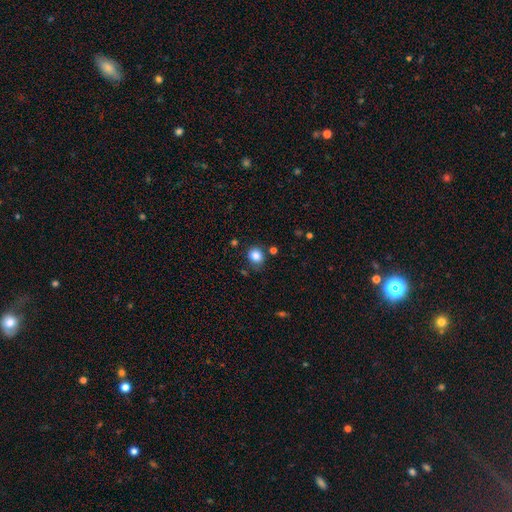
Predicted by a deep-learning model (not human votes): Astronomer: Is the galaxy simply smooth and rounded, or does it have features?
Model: smooth — 84%.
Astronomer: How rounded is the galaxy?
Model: round — 73%.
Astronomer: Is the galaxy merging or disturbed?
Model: none — 80%.